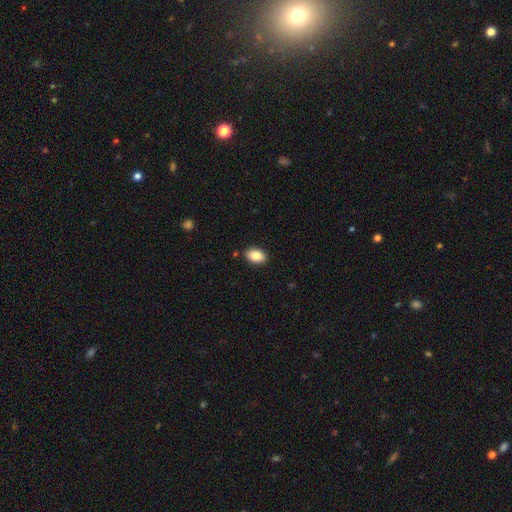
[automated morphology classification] smooth_or_featured: smooth (p=0.86) [alt: star or artifact p=0.07]
how_rounded: in between (p=0.90) [alt: round p=0.09]
merging: none (p=0.89) [alt: minor disturbance p=0.08]